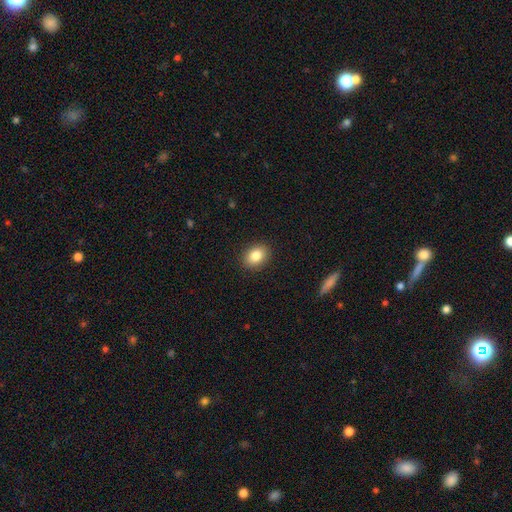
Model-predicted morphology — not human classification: Q: Smooth or featured?
A: smooth (83%); runner-up: star or artifact (9%)
Q: How rounded?
A: in between (56%); runner-up: round (43%)
Q: Merging?
A: none (90%); runner-up: minor disturbance (7%)